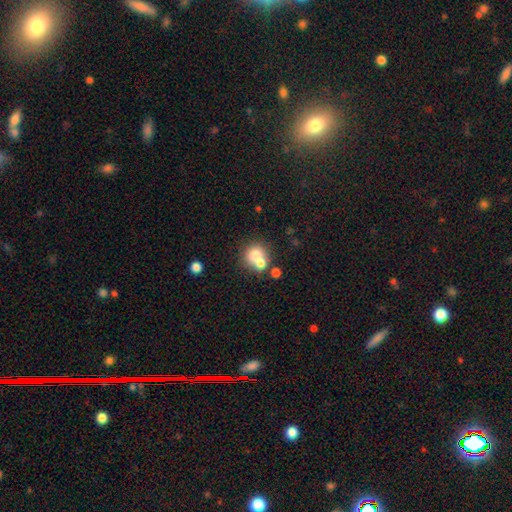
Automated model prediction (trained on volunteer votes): smooth_or_featured: smooth (p=0.72) [alt: featured or disk p=0.16]
how_rounded: round (p=0.85) [alt: in between p=0.14]
merging: merger (p=0.48) [alt: none p=0.42]